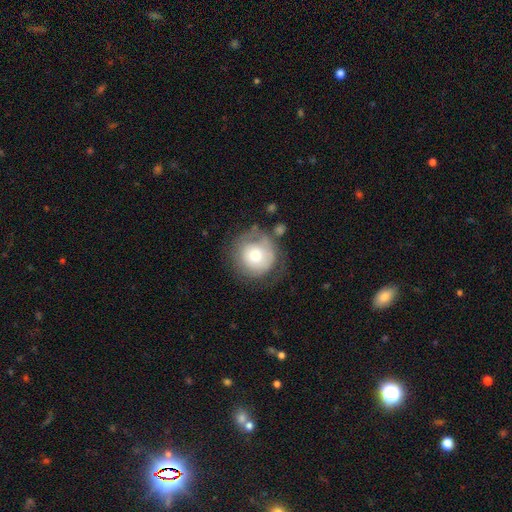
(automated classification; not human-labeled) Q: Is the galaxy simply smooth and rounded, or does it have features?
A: smooth — 63%.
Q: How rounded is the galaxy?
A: round — 90%.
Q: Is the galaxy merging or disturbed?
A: none — 51%.